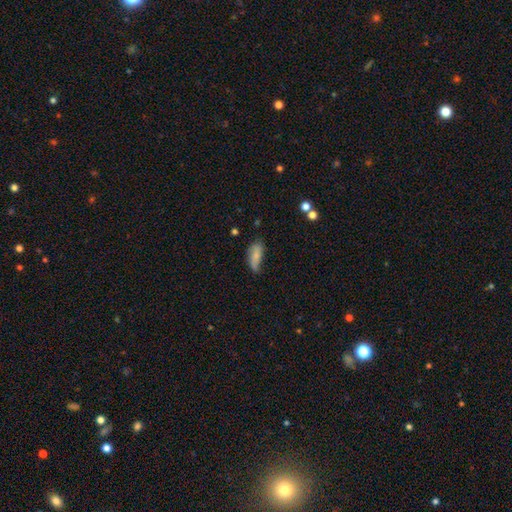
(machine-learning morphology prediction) smooth 68%, featured or disk 24%, star or artifact 8%. Down the decision tree: how rounded — in between (76%); merging — none (42%).